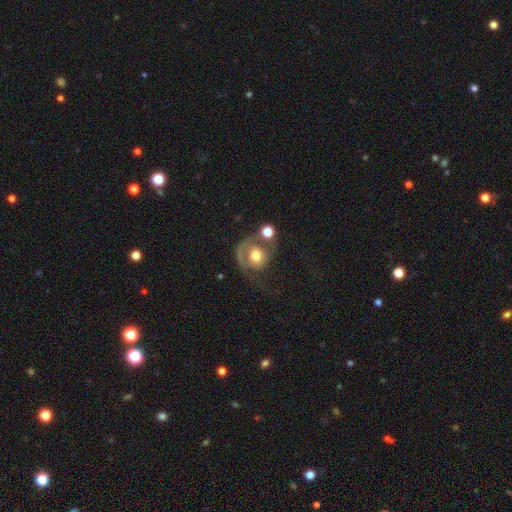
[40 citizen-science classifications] Morphology: type=smooth (62%); roundness=round (84%); merging=major disturbance (54%).